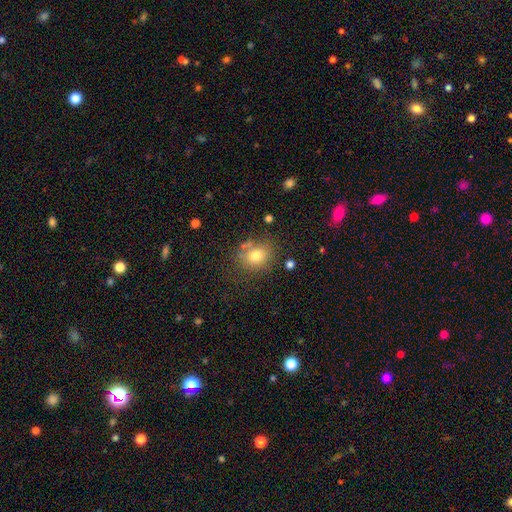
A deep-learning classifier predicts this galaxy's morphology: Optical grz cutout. It shows a smooth galaxy with no disk features (76%) that is round (57%). Merging: none (69%).